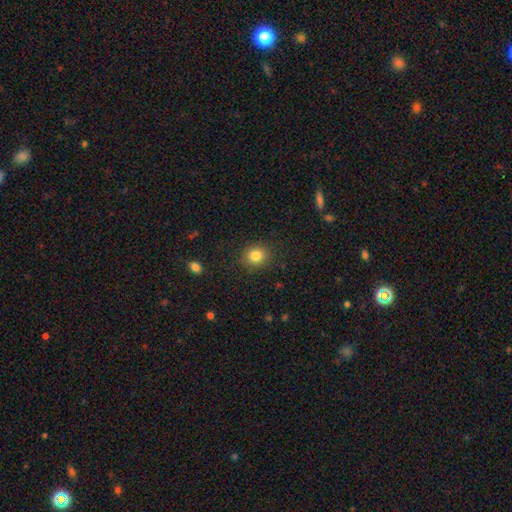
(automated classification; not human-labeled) The model was most divided on "how rounded": round: 82%, in between: 17%, cigar-shaped: 1%. More confident: merging — none (88%); smooth or featured — smooth (83%).